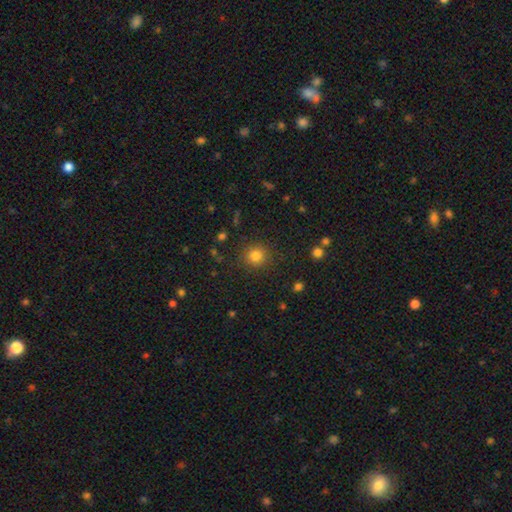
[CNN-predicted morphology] A smooth galaxy with no disk features (81%) that is round (91%). Merging: none (87%).